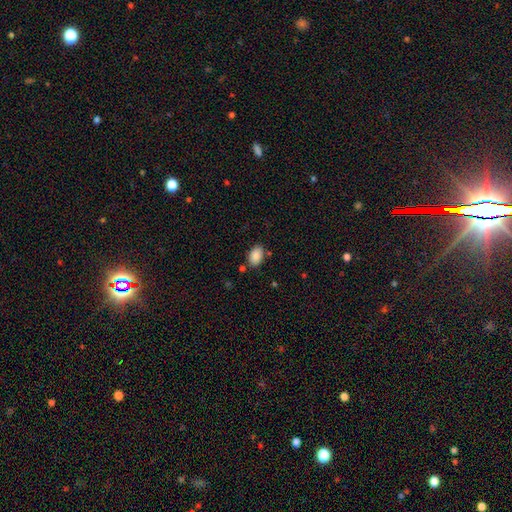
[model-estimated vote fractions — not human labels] This is clearly a smooth galaxy (88%). How rounded: clearly in between (89%). Merging: likely none (79%).